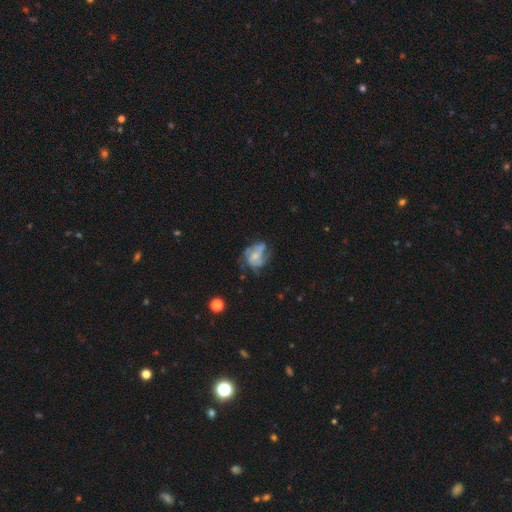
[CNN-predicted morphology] Smooth or featured? featured or disk (63%)
Edge-on disk? no (97%)
Bar? no (70%)
Spiral arms? yes (68%)
Bulge size? small (49%)
Merging? none (43%)